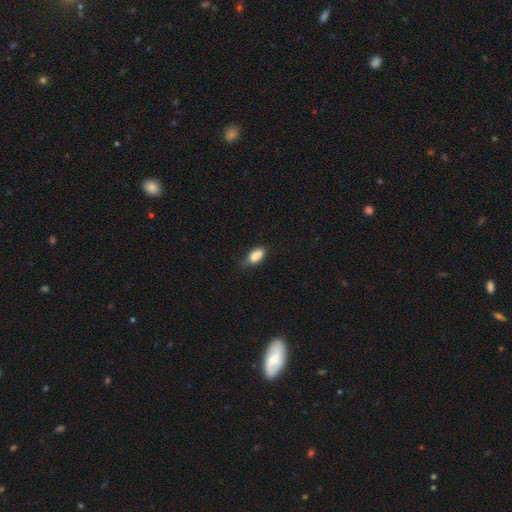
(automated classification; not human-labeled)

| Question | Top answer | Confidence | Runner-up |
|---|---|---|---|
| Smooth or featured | smooth | 85% | star or artifact (8%) |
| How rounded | in between | 88% | cigar-shaped (7%) |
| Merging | none | 58% | minor disturbance (34%) |